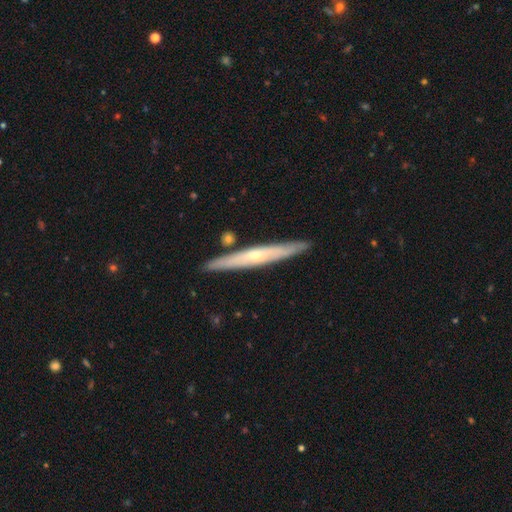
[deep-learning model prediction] featured or disk 63%, smooth 31%, star or artifact 6%. Down the decision tree: edge-on disk — yes (92%); edge-on bulge — rounded (62%); merging — none (86%).